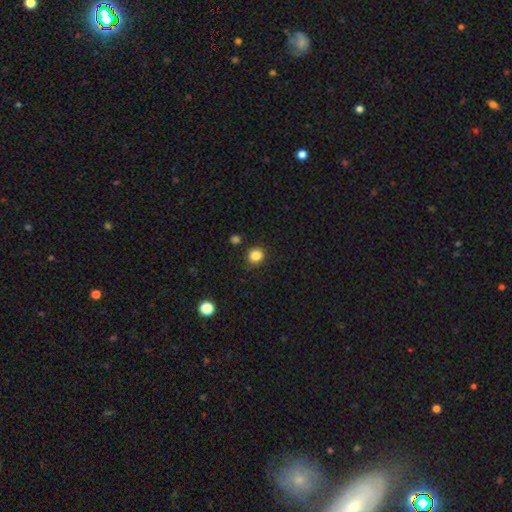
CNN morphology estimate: Smooth or featured? smooth (85%)
How rounded? round (84%)
Merging? none (86%)